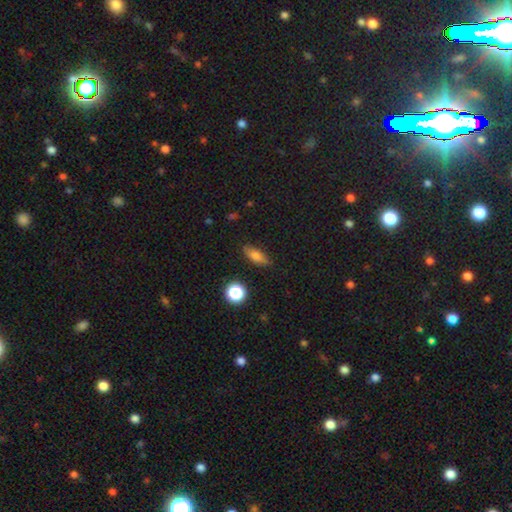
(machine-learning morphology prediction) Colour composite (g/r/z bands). It shows a smooth galaxy with no disk features (71%) that is in between round and cigar-shaped (64%). Merging: none (82%).